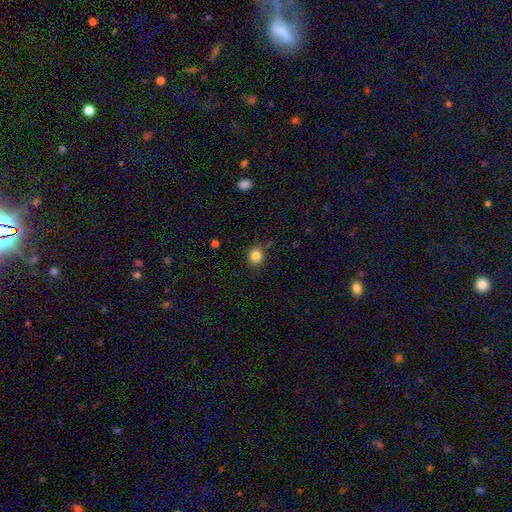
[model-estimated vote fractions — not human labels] A smooth galaxy with no disk features (84%) that is round (89%). Merging: none (80%).